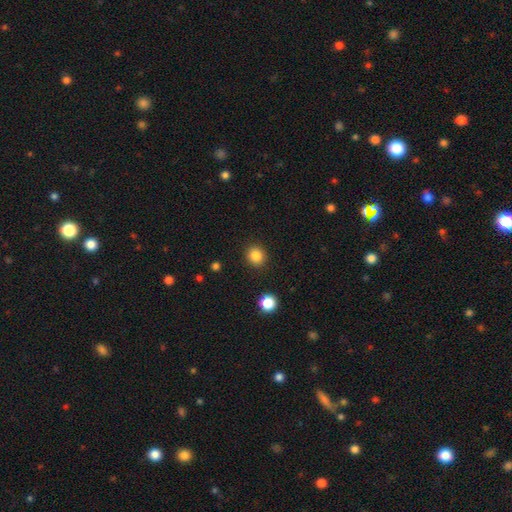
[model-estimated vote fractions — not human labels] smooth_or_featured: smooth (p=0.85) [alt: star or artifact p=0.11]
how_rounded: round (p=0.88) [alt: in between p=0.11]
merging: none (p=0.90) [alt: minor disturbance p=0.06]